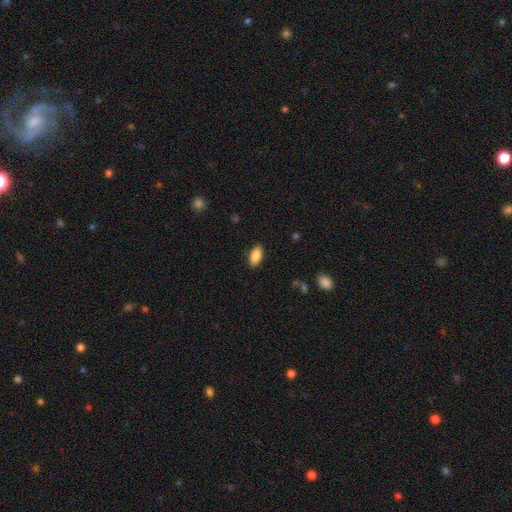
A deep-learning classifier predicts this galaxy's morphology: Smooth or featured?
  - smooth: 87% *
  - star or artifact: 7%
  - featured or disk: 6%
How rounded?
  - in between: 91% *
  - cigar-shaped: 7%
  - round: 3%
Merging?
  - none: 88% *
  - minor disturbance: 9%
  - major disturbance: 2%
  - merger: 1%